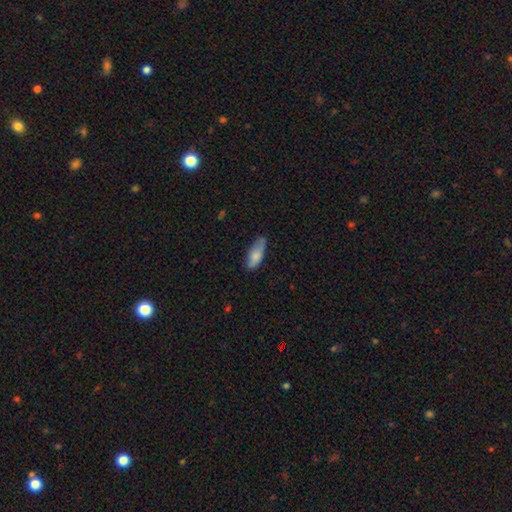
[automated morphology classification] Smooth or featured? Predicted: smooth (p=0.80). How rounded? Predicted: in between (p=0.75). Merging? Predicted: none (p=0.63).